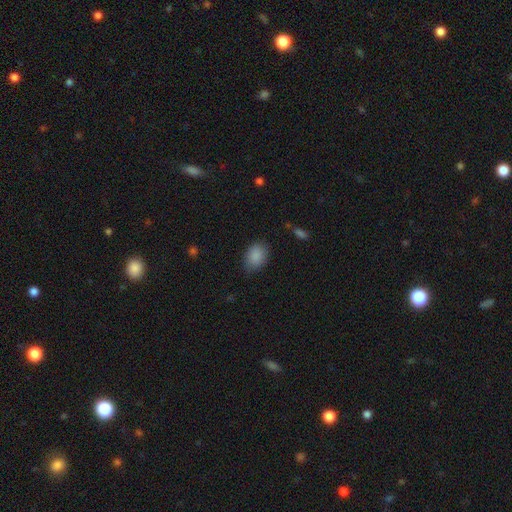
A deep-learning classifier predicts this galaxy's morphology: Q: Smooth or featured?
A: smooth (88%); runner-up: star or artifact (8%)
Q: How rounded?
A: in between (71%); runner-up: round (28%)
Q: Merging?
A: none (78%); runner-up: minor disturbance (17%)